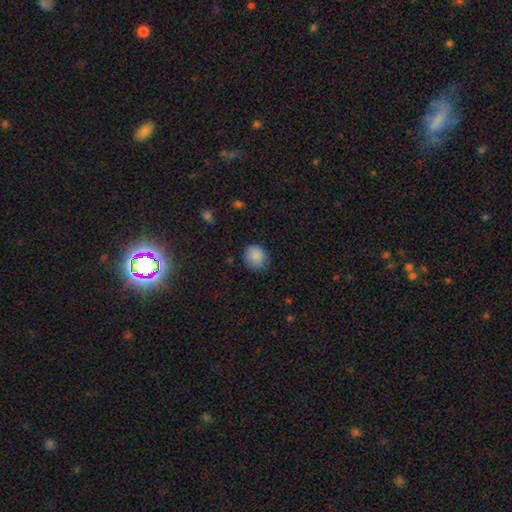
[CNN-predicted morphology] A smooth galaxy with no disk features (87%) that is round (76%). Merging: none (80%).